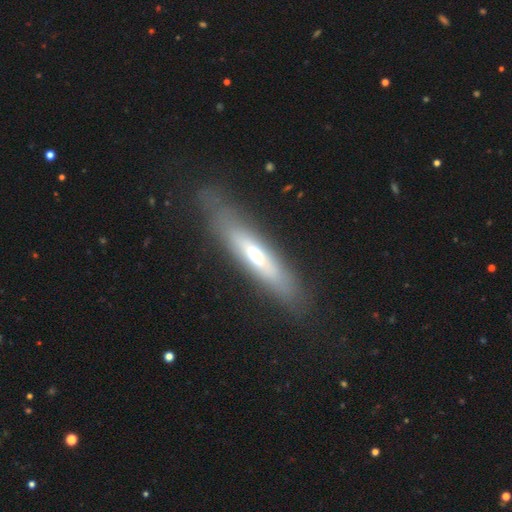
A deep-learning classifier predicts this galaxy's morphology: Smooth or featured?
  - featured or disk: 54% *
  - smooth: 38%
  - star or artifact: 8%
Edge-on disk?
  - yes: 71% *
  - no: 29%
Merging?
  - none: 76% *
  - minor disturbance: 16%
  - major disturbance: 6%
  - merger: 2%